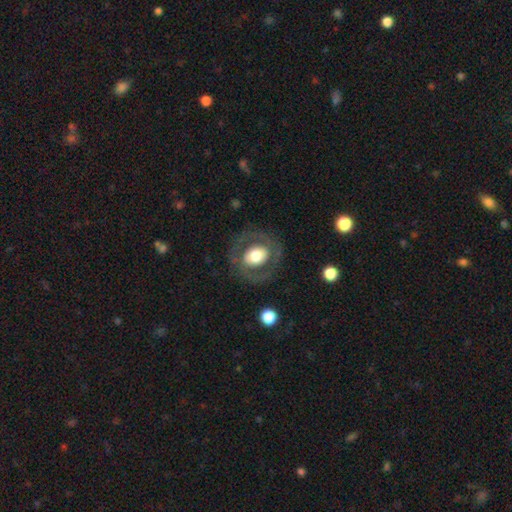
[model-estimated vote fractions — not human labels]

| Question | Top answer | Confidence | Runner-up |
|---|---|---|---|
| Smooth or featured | featured or disk | 48% | smooth (46%) |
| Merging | none | 79% | minor disturbance (11%) |